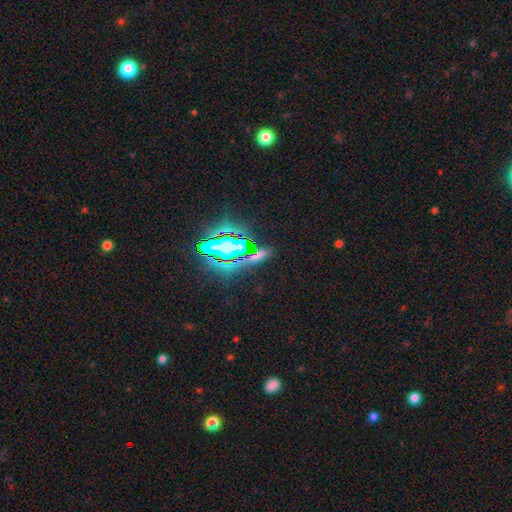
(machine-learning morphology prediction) smooth-or-featured: star or artifact: 62% | smooth: 24% | featured or disk: 14%